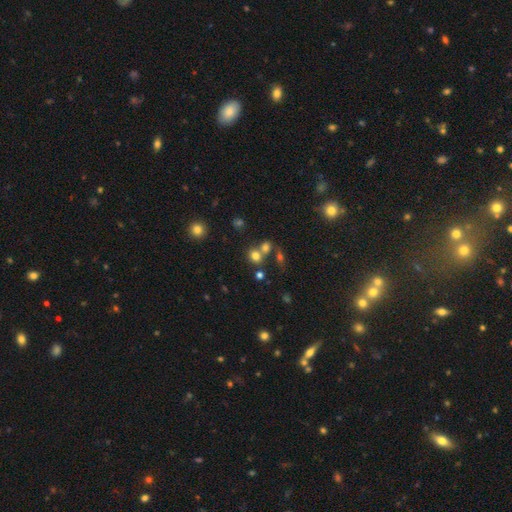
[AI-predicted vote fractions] Smooth or featured? smooth (73%)
How rounded? round (71%)
Merging? none (49%)